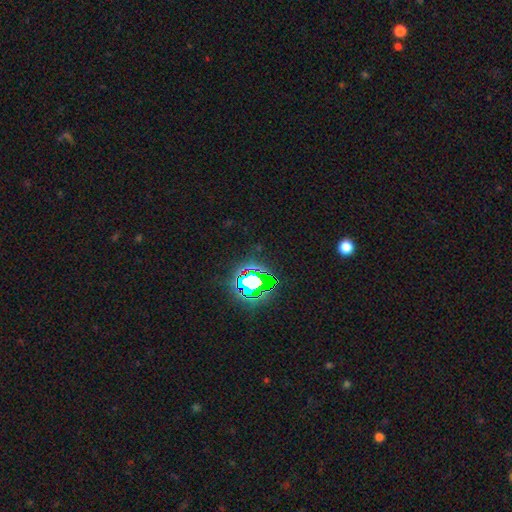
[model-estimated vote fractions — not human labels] Smooth or featured?
  - star or artifact: 80% *
  - smooth: 12%
  - featured or disk: 8%